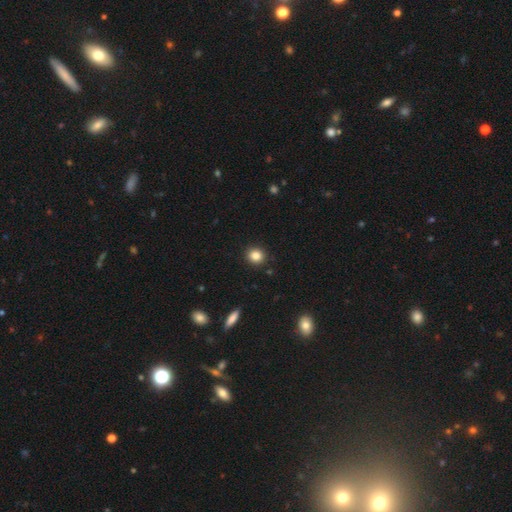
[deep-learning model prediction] Morphology: type=smooth (85%); roundness=round (86%); merging=none (91%).